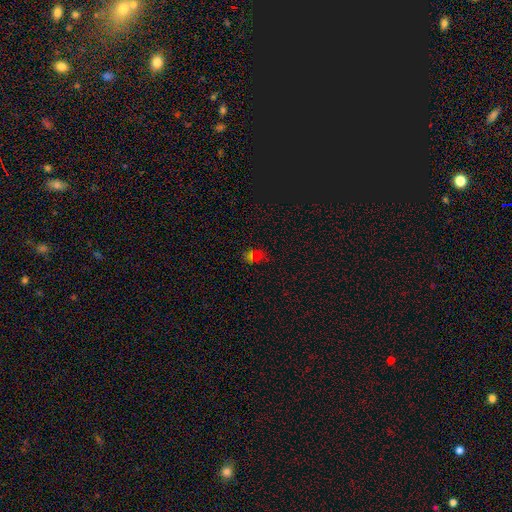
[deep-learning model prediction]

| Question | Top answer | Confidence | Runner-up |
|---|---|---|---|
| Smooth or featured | smooth | 54% | star or artifact (38%) |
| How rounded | in between | 78% | round (18%) |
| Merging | none | 67% | minor disturbance (18%) |